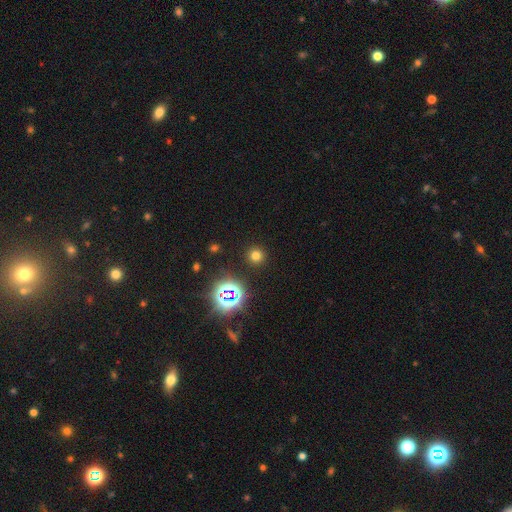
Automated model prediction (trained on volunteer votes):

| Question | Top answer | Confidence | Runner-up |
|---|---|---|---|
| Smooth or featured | smooth | 69% | star or artifact (25%) |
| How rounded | round | 94% | in between (5%) |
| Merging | none | 91% | minor disturbance (5%) |